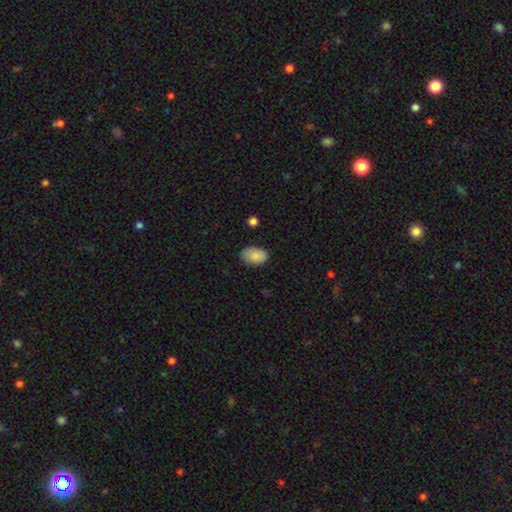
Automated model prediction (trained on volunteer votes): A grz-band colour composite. It shows a smooth galaxy with no disk features (87%) that is in between round and cigar-shaped (86%). Merging: none (79%).